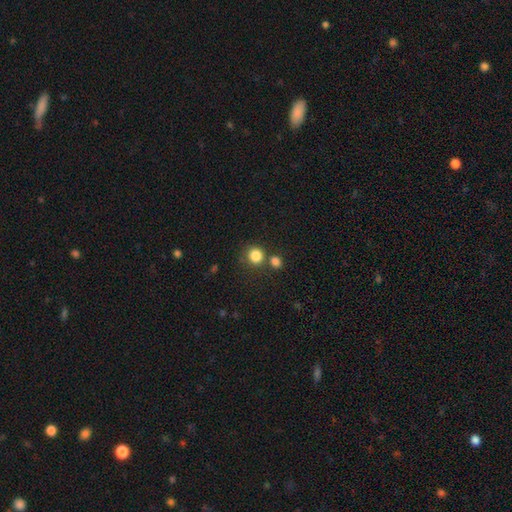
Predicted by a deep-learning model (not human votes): A smooth galaxy with no disk features (84%) that is round (89%). Merging: none (67%).